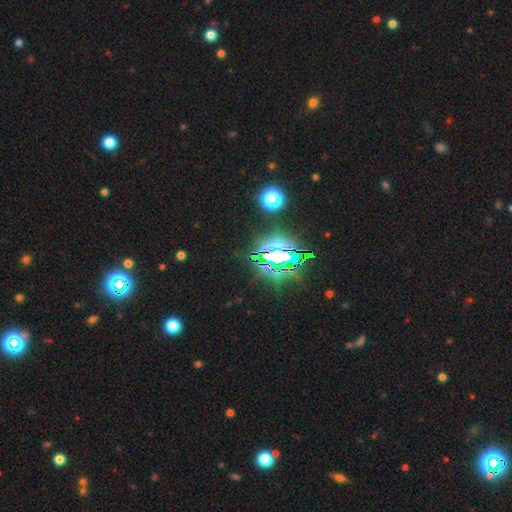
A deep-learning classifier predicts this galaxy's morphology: star or artifact 78%, smooth 13%, featured or disk 9%.